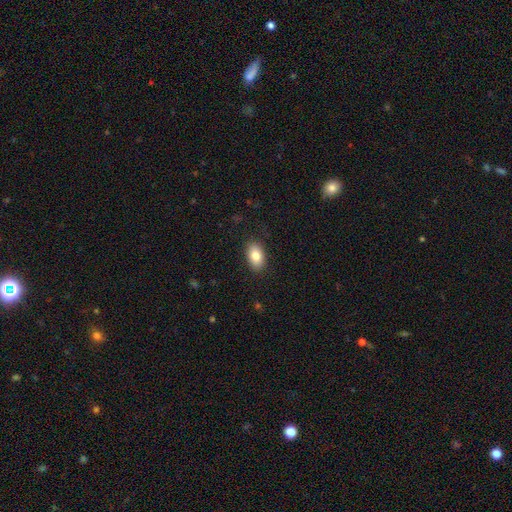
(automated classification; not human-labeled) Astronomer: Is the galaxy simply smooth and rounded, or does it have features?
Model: smooth — 83%.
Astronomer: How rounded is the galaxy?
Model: in between — 91%.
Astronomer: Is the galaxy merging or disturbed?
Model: none — 88%.